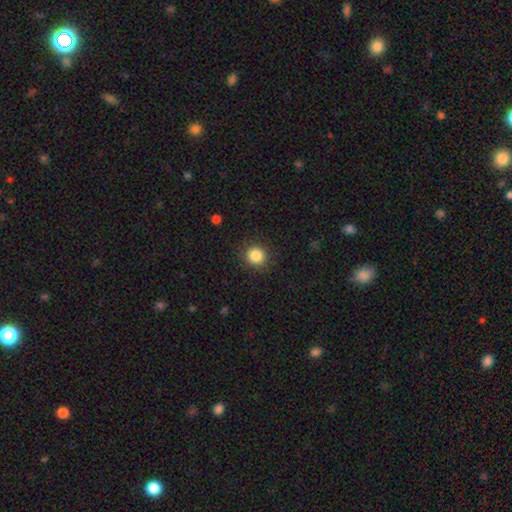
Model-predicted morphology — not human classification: A smooth galaxy with no disk features (86%) that is round (90%). Merging: none (89%).